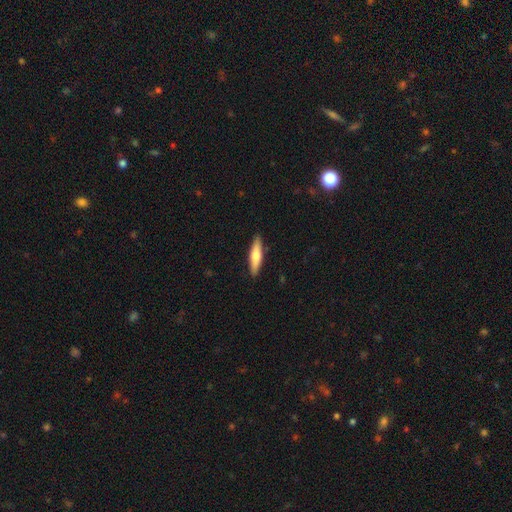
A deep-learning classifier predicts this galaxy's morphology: smooth 64%, featured or disk 31%, star or artifact 5%. Down the decision tree: how rounded — cigar-shaped (72%); merging — none (89%).